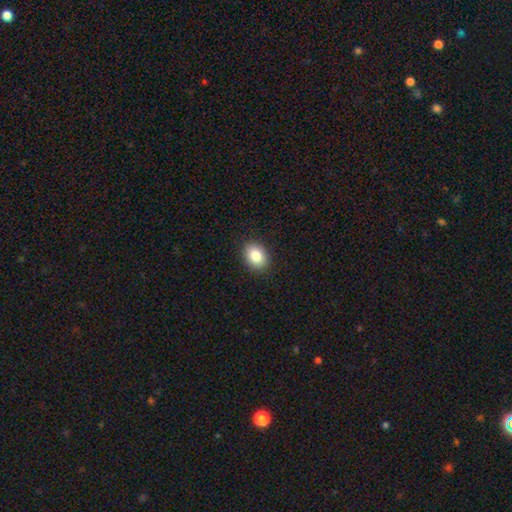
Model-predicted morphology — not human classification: A smooth galaxy with no disk features (85%) that is in between round and cigar-shaped (65%).

Vote fractions:
- Smooth or featured? smooth: 85% / star or artifact: 8% / featured or disk: 6%
- How rounded? in between: 65% / round: 34% / cigar-shaped: 1%
- Merging? none: 89% / minor disturbance: 8% / major disturbance: 2% / merger: 1%